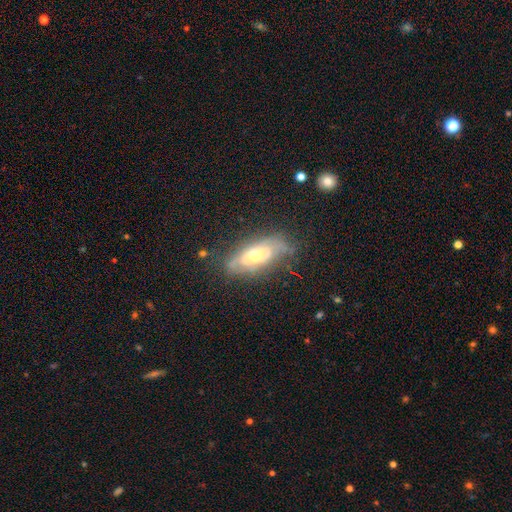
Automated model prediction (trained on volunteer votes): Smooth or featured? featured or disk (63%)
Edge-on disk? no (73%)
Merging? none (66%)